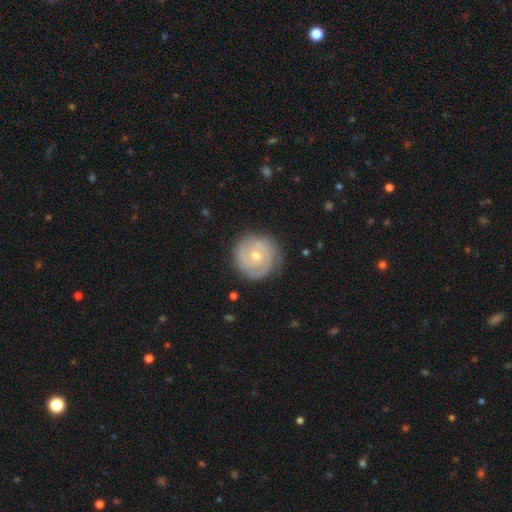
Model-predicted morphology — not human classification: A featured or disk galaxy (71%) with no bar (73%), 2 (34%) tight (73%) spiral arms (87%) and a moderate central bulge (56%).

Vote fractions:
- Smooth or featured? featured or disk: 71% / smooth: 23% / star or artifact: 6%
- Edge-on disk? no: 98% / yes: 2%
- Bar? no: 73% / weak: 23% / strong: 4%
- Spiral arms? yes: 87% / no: 13%
- Spiral winding? tight: 73% / medium: 21% / loose: 6%
- Spiral arm count? 2: 34% / can't tell: 32% / 3: 19% / 1: 5% / 4: 5% / more than 4: 4%
- Bulge size? moderate: 56% / small: 41% / large: 2% / none: 1% / dominant: 1%
- Merging? none: 82% / minor disturbance: 13% / major disturbance: 4% / merger: 1%